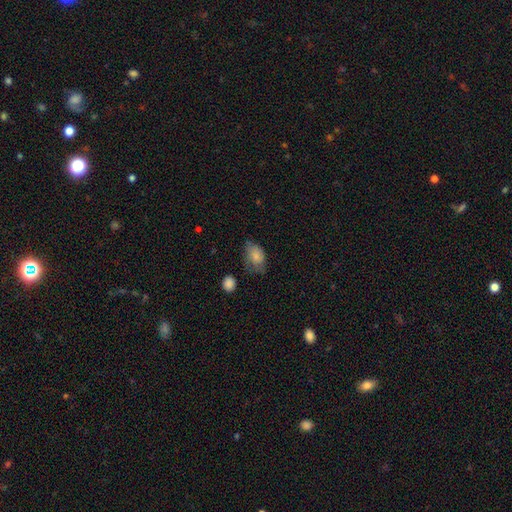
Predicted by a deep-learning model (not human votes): Morphology: type=smooth (80%); roundness=in between (84%); merging=none (47%).